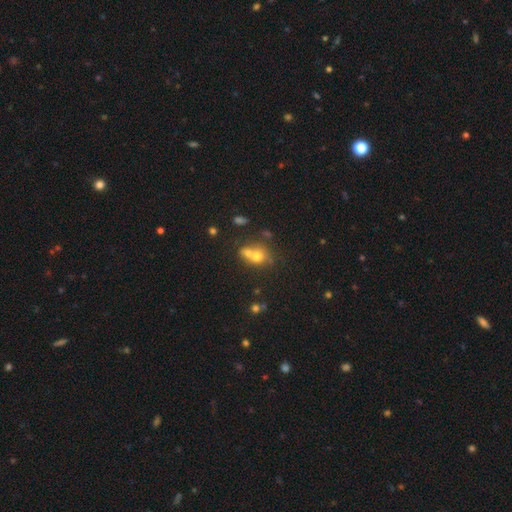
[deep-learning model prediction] Morphology: type=smooth (64%); roundness=round (66%); merging=merger (52%).